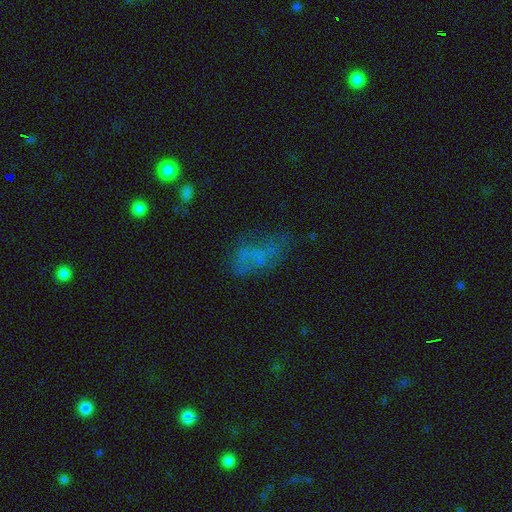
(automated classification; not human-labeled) Morphology: type=smooth (45%); merging=none (43%).